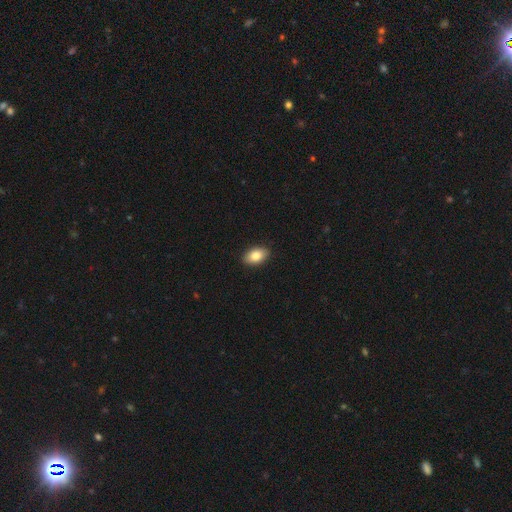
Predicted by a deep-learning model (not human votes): Morphology: type=smooth (84%); roundness=in between (92%); merging=none (90%).